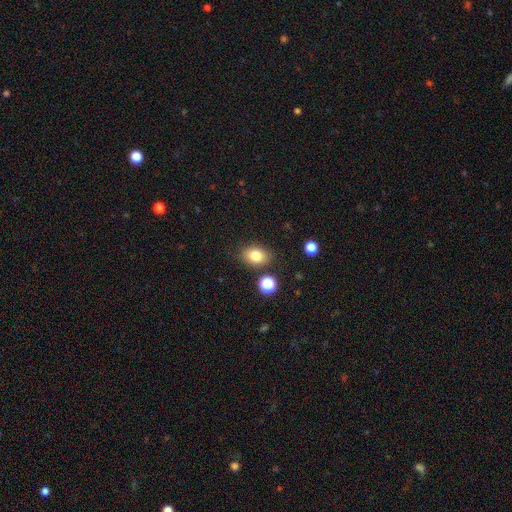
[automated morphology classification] type=smooth (80%); roundness=in between (73%); merging=none (81%).